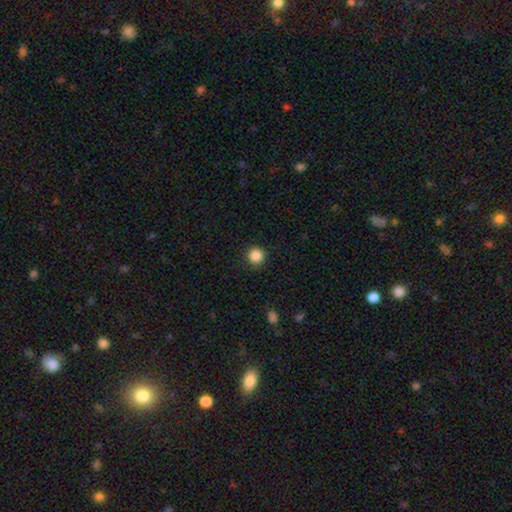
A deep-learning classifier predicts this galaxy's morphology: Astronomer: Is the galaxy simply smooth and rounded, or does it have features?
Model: smooth — 87%.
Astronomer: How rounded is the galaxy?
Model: round — 95%.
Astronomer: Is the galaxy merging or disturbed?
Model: none — 91%.